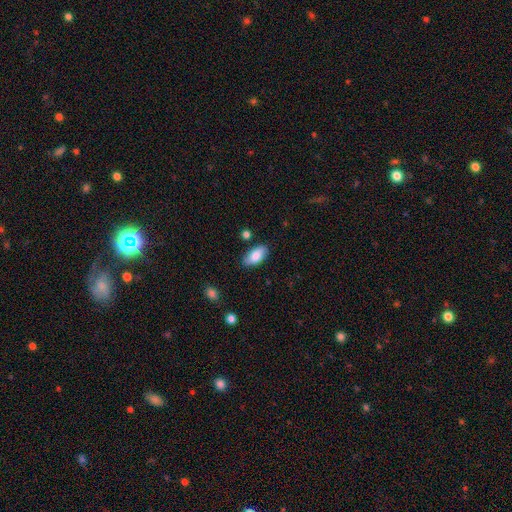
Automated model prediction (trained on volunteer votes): Smooth or featured? smooth (80%)
How rounded? in between (93%)
Merging? none (81%)